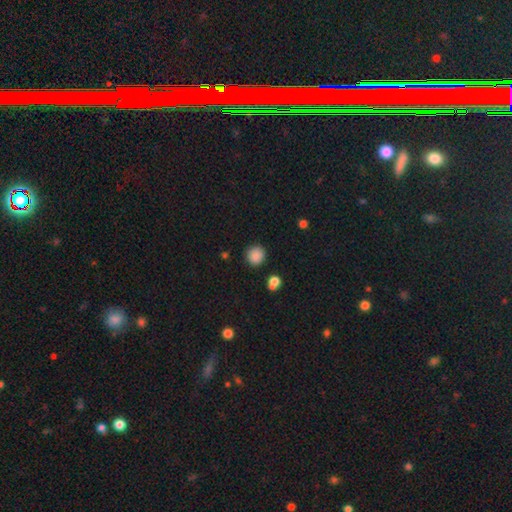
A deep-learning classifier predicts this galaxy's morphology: smooth-or-featured: smooth: 86% | star or artifact: 10% | featured or disk: 3%
  how-rounded: round: 90% | in between: 9% | cigar-shaped: 1%
  merging: none: 87% | minor disturbance: 8% | merger: 3% | major disturbance: 2%